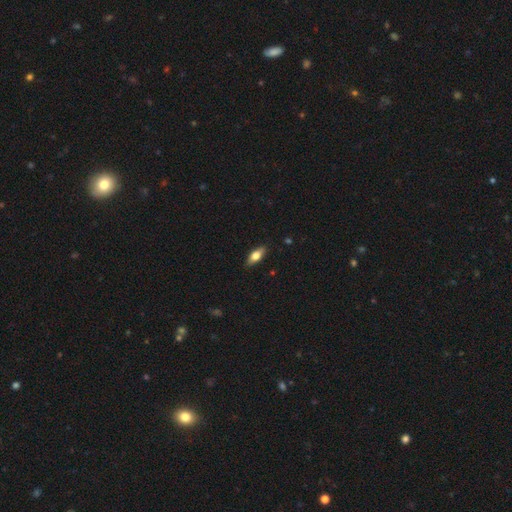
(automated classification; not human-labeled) A smooth galaxy with no disk features (70%) that is in between round and cigar-shaped (77%). Merging: none (87%).